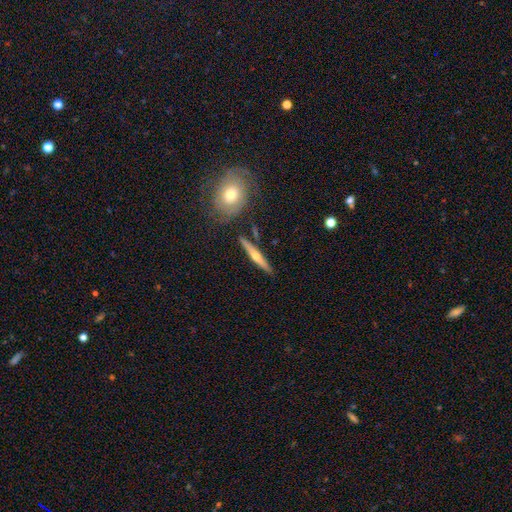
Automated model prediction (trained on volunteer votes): Overall: featured or disk (66%; smooth 28%). Edge-on disk: yes (96%). Edge-on bulge: rounded (89%). Merging: none (85%).